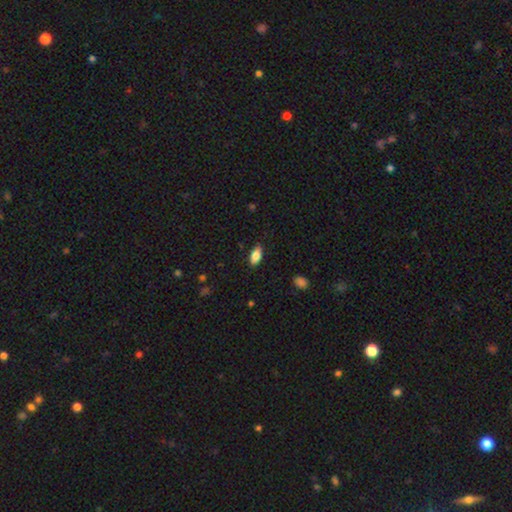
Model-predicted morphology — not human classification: This appears to be a smooth galaxy with no disk features (83%) that is in between round and cigar-shaped (90%). Merging: none (85%).